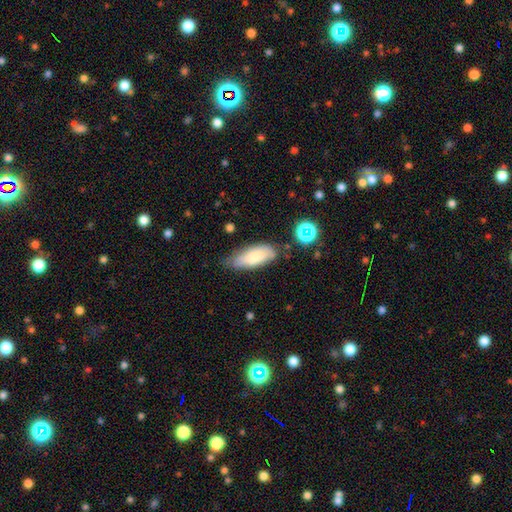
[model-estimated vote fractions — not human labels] Smooth or featured? Predicted: smooth (p=0.77). How rounded? Predicted: in between (p=0.75). Merging? Predicted: none (p=0.58).